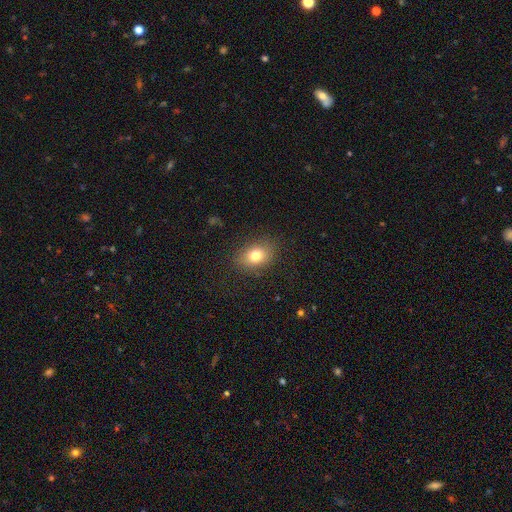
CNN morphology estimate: A smooth galaxy with no disk features (77%) that is in between round and cigar-shaped (69%). Merging: none (85%).